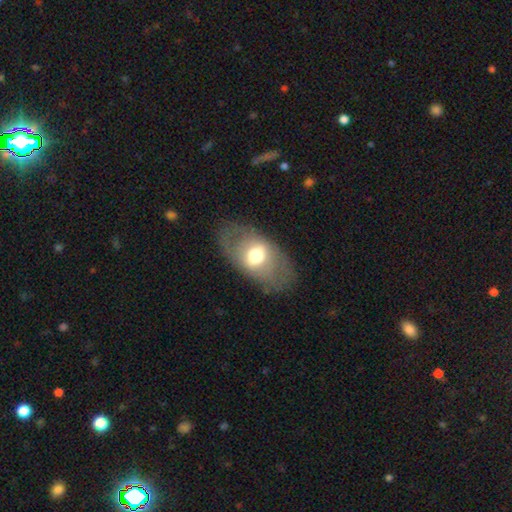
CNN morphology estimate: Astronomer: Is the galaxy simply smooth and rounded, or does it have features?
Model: smooth — 47% (runner-up: featured or disk, 45%).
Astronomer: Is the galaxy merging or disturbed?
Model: none — 78%.